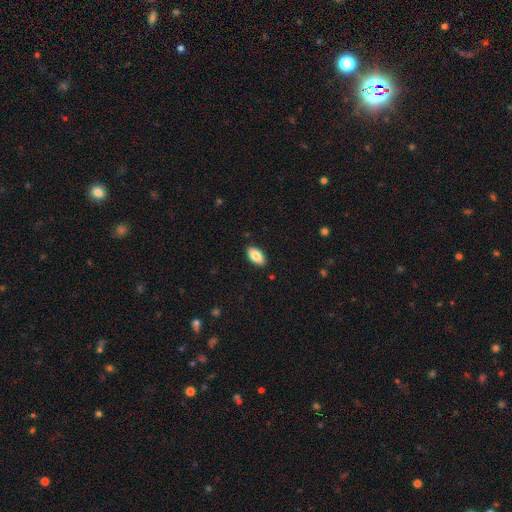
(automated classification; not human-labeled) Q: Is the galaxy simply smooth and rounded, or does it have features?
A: smooth — 85%.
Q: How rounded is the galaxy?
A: in between — 93%.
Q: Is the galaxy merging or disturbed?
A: none — 89%.